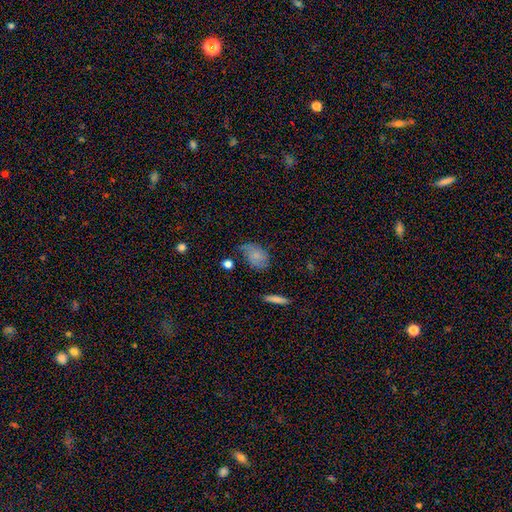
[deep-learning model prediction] Overall: smooth (67%). How rounded: in between (75%). Merging: none (50%; minor disturbance 33%).